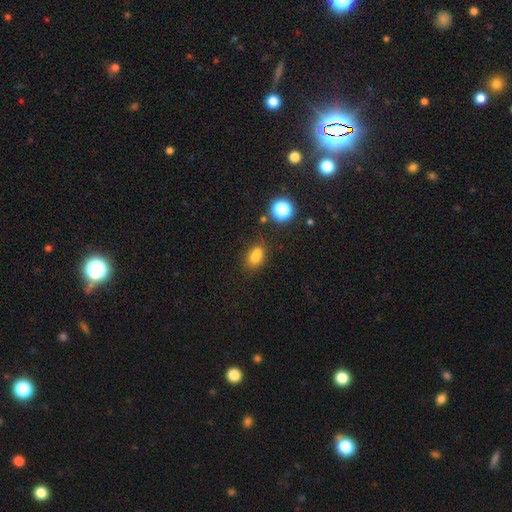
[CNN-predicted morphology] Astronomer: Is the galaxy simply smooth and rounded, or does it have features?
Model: smooth — 75%.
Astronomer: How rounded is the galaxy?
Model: in between — 70%.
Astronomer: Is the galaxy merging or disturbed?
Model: none — 54%.